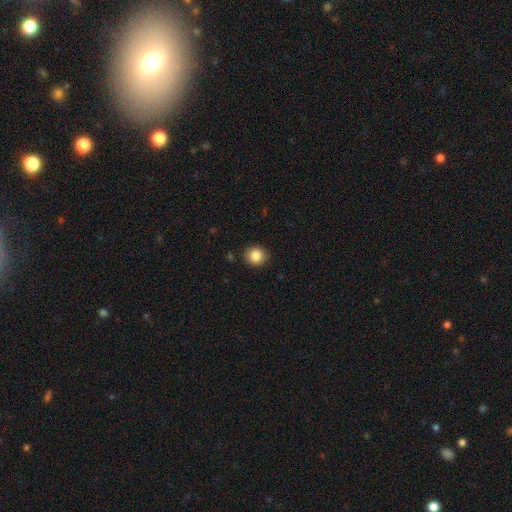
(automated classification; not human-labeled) Smooth or featured? smooth (86%)
How rounded? round (77%)
Merging? none (88%)